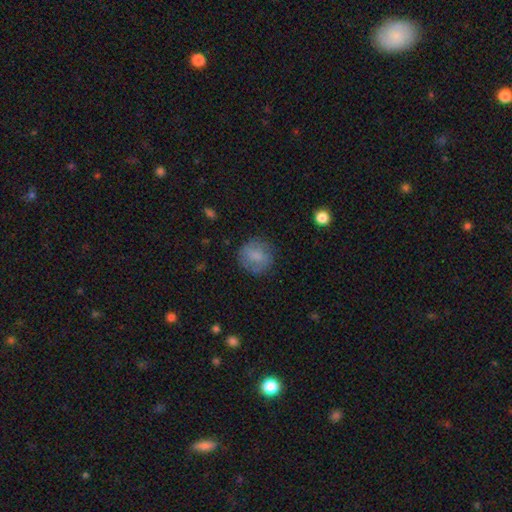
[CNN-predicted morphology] smooth-or-featured: smooth: 73% | featured or disk: 18% | star or artifact: 8%
  how-rounded: round: 88% | in between: 11% | cigar-shaped: 1%
  merging: none: 77% | minor disturbance: 16% | major disturbance: 6% | merger: 1%